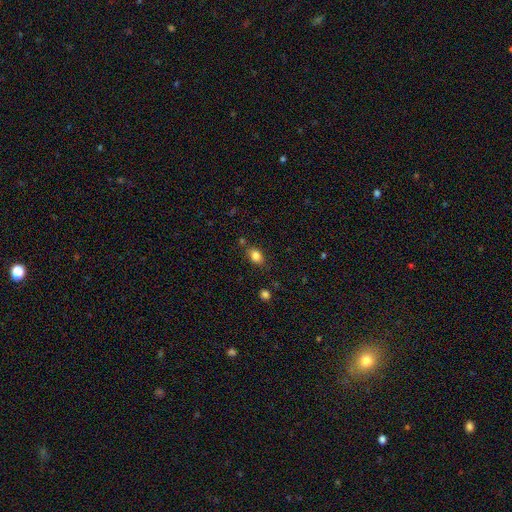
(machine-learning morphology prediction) Q: Smooth or featured?
A: smooth (84%); runner-up: star or artifact (10%)
Q: How rounded?
A: in between (80%); runner-up: round (19%)
Q: Merging?
A: none (77%); runner-up: minor disturbance (14%)